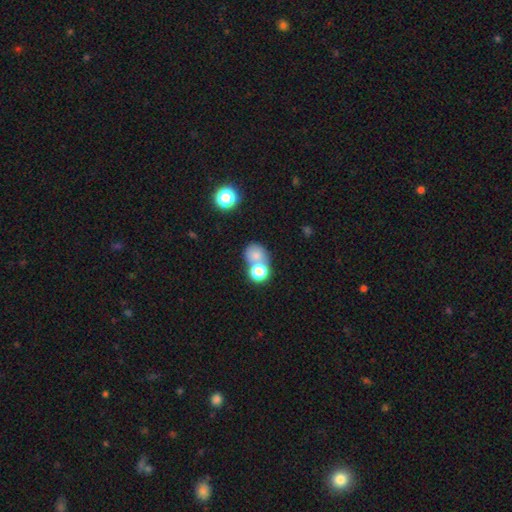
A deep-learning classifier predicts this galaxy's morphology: Smooth or featured? Predicted: smooth (p=0.73). How rounded? Predicted: round (p=0.64). Merging? Predicted: merger (p=0.43).